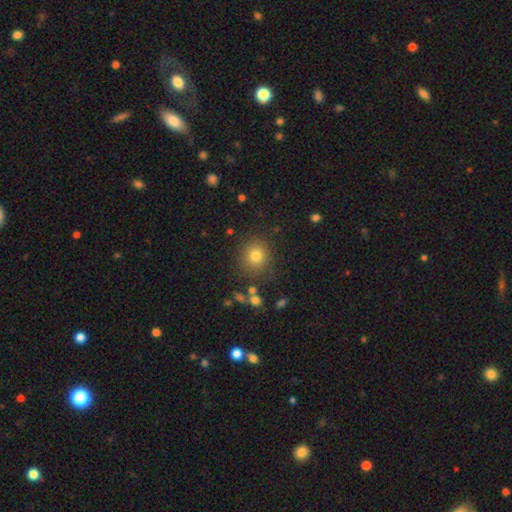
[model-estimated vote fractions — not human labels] Overall: smooth (78%). How rounded: round (87%). Merging: none (83%).